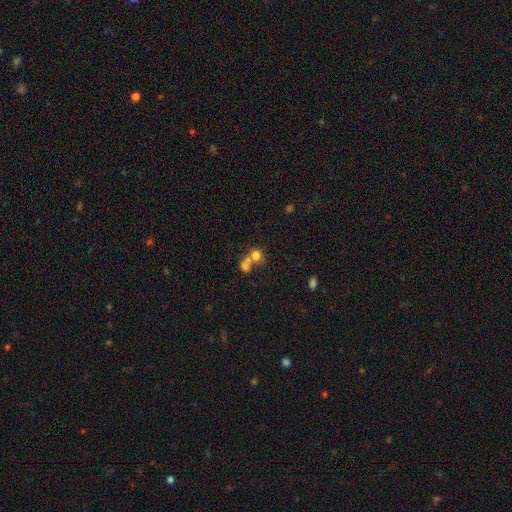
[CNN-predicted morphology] Q: Smooth or featured?
A: smooth (69%); runner-up: featured or disk (17%)
Q: How rounded?
A: round (73%); runner-up: in between (26%)
Q: Merging?
A: merger (60%); runner-up: none (30%)